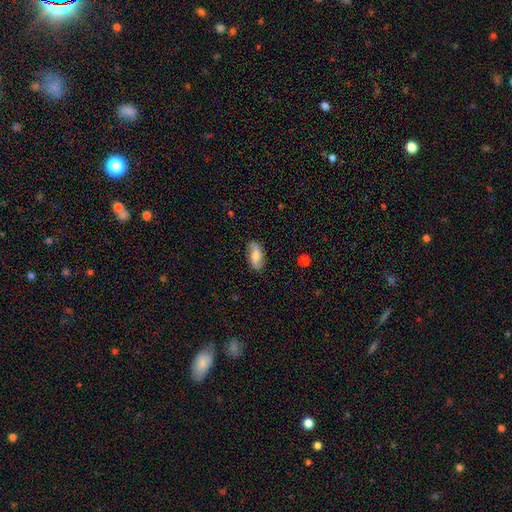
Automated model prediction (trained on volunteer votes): smooth-or-featured: featured or disk: 49% | smooth: 43% | star or artifact: 8%
  merging: none: 80% | minor disturbance: 15% | major disturbance: 4% | merger: 1%